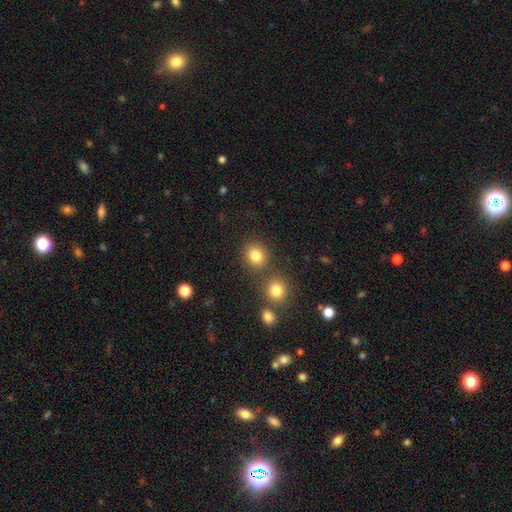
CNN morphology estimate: Smooth or featured: smooth — 82% (star or artifact — 12%)
How rounded: round — 78% (in between — 21%)
Merging: none — 76% (merger — 12%)